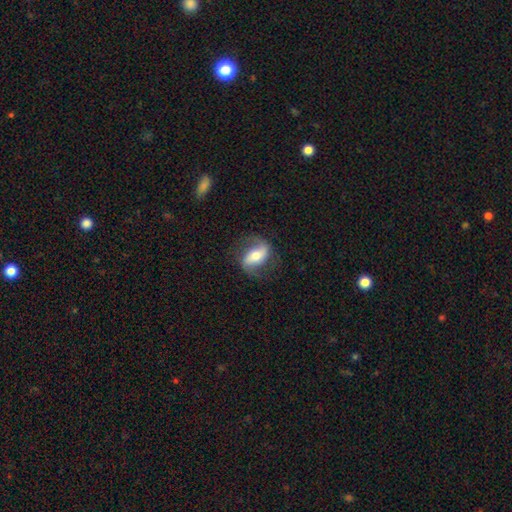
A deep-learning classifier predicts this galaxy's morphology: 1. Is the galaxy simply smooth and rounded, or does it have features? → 67% featured or disk, 27% smooth, 7% star or artifact.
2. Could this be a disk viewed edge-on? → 91% no, 9% yes.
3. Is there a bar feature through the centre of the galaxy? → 47% strong, 28% weak, 25% no.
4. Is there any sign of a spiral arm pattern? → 85% yes, 15% no.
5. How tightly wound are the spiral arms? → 50% loose, 36% medium, 14% tight.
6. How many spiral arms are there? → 88% 2, 5% can't tell, 4% 1, 1% 3, 1% 4, 1% more than 4.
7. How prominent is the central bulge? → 60% moderate, 21% small, 14% large, 2% dominant, 2% none.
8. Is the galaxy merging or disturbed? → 74% none, 16% minor disturbance, 9% major disturbance, 1% merger.